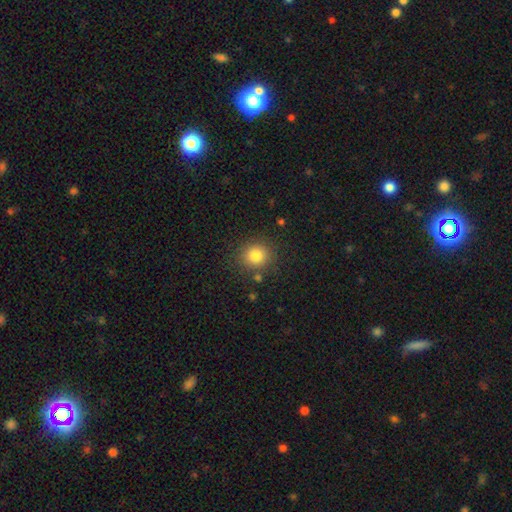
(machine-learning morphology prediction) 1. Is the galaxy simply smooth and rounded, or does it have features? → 82% smooth, 12% star or artifact, 6% featured or disk.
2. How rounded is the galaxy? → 87% round, 12% in between, 1% cigar-shaped.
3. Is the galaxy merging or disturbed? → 86% none, 8% minor disturbance, 3% merger, 3% major disturbance.